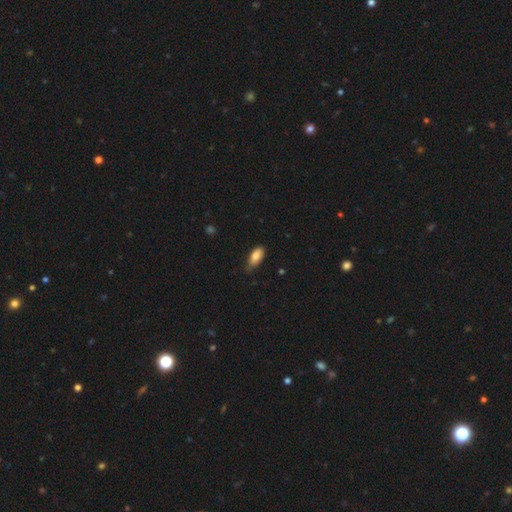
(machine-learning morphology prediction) smooth 82%, featured or disk 11%, star or artifact 7%. Down the decision tree: how rounded — in between (88%); merging — none (63%).